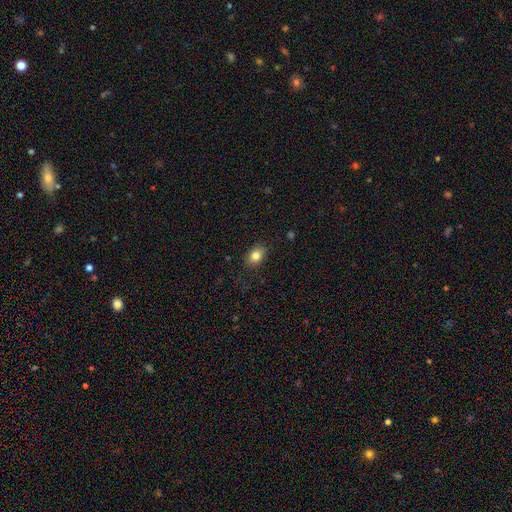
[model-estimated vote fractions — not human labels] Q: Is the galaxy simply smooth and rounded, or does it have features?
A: smooth — 83%.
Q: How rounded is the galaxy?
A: in between — 75%.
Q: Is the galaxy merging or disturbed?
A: none — 86%.